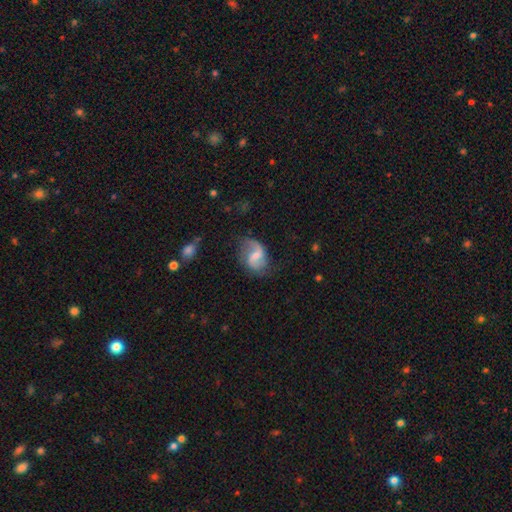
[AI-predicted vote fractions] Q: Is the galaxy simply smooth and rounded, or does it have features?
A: featured or disk — 76%.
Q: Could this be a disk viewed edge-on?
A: no — 98%.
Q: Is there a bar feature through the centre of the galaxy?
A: weak — 54%.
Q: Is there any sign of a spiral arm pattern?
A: yes — 93%.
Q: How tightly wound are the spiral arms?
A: loose — 62%.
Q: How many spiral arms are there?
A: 2 — 88%.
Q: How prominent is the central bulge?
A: small — 47%.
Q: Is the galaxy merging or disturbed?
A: none — 68%.